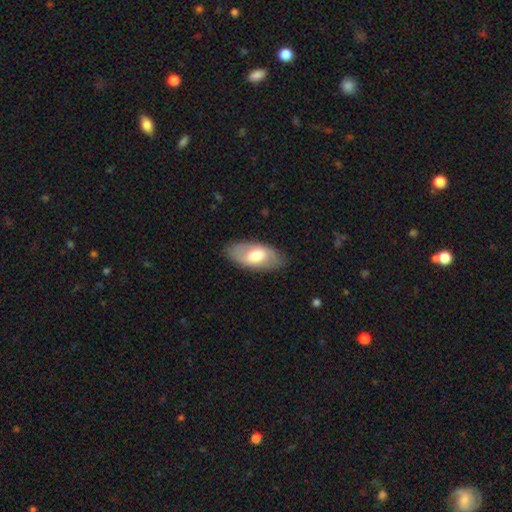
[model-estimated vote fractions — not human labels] This appears to be a smooth galaxy with no disk features (57%) that is in between round and cigar-shaped (92%). Merging: none (81%).